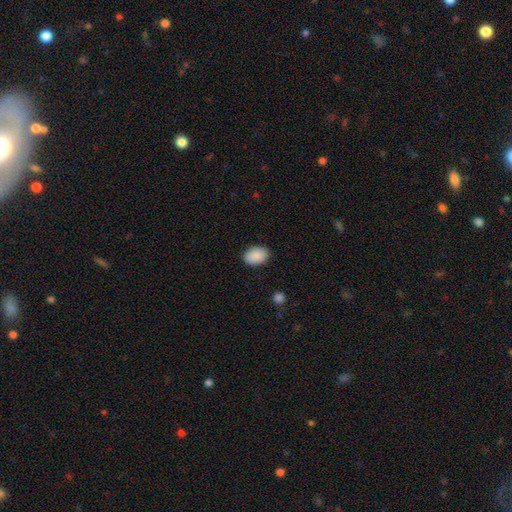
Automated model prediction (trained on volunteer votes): Q: Smooth or featured?
A: smooth (90%); runner-up: star or artifact (7%)
Q: How rounded?
A: in between (84%); runner-up: round (15%)
Q: Merging?
A: none (88%); runner-up: minor disturbance (9%)